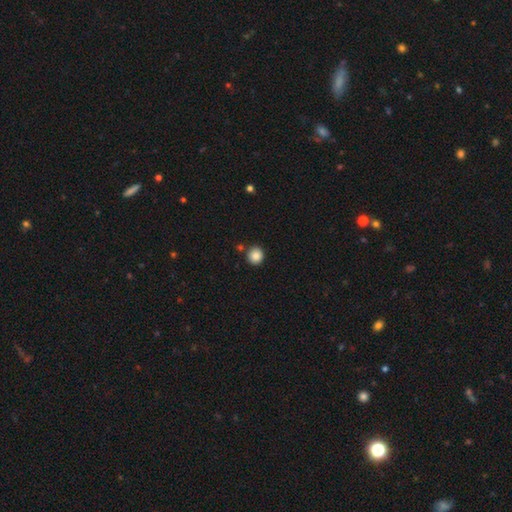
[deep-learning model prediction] This is clearly a smooth galaxy (86%). How rounded: clearly round (90%). Merging: clearly none (85%).